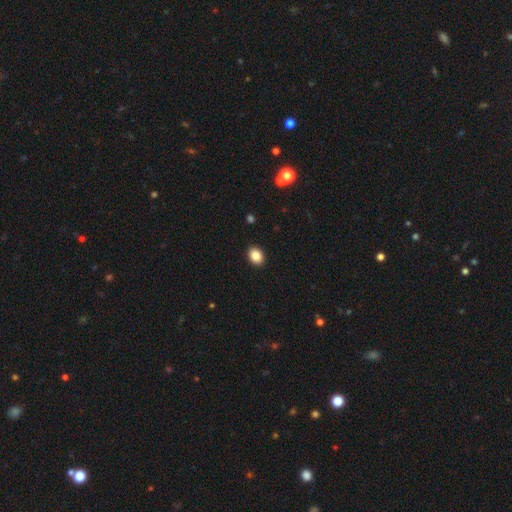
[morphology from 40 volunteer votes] Overall: smooth (88%). How rounded: in between (66%; round 34%). Merging: none (95%).